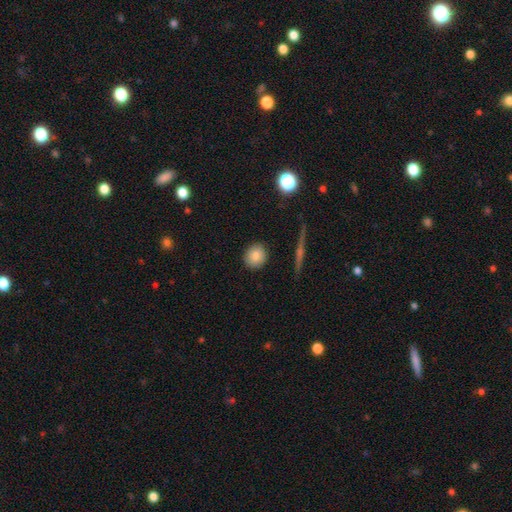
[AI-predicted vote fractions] Q: Smooth or featured?
A: smooth (83%); runner-up: star or artifact (9%)
Q: How rounded?
A: round (81%); runner-up: in between (17%)
Q: Merging?
A: none (89%); runner-up: minor disturbance (7%)